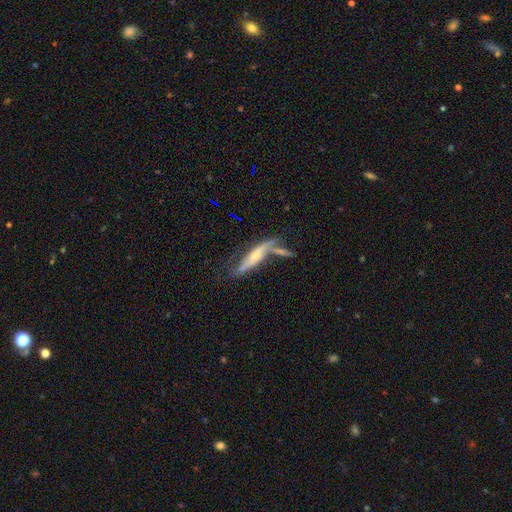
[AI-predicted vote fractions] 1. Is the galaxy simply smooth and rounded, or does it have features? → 67% featured or disk, 26% smooth, 7% star or artifact.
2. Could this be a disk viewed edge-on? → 63% yes, 37% no.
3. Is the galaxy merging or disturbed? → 39% none, 30% merger, 19% minor disturbance, 12% major disturbance.